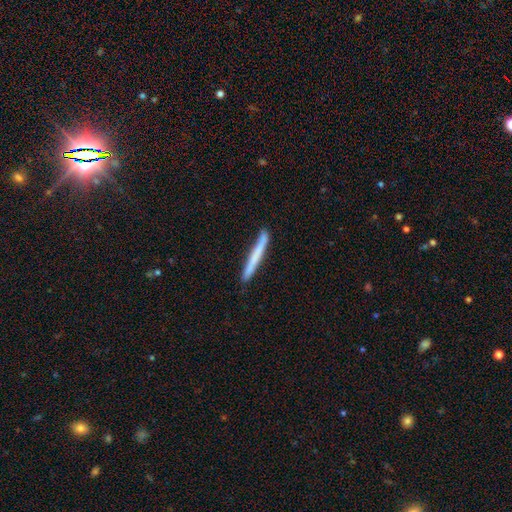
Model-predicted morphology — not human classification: The model was most divided on "smooth or featured": smooth: 62%, featured or disk: 32%, star or artifact: 6%. More confident: how rounded — cigar-shaped (97%); merging — none (88%).